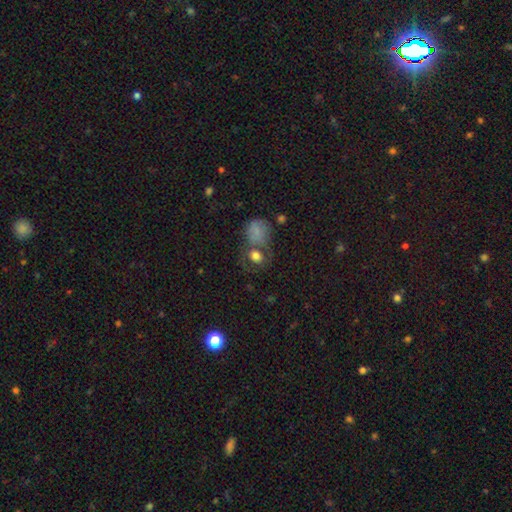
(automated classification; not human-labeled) Smooth or featured?
  - smooth: 71% *
  - featured or disk: 17%
  - star or artifact: 13%
How rounded?
  - round: 59% *
  - in between: 40%
  - cigar-shaped: 1%
Merging?
  - none: 46% *
  - merger: 29%
  - minor disturbance: 15%
  - major disturbance: 10%